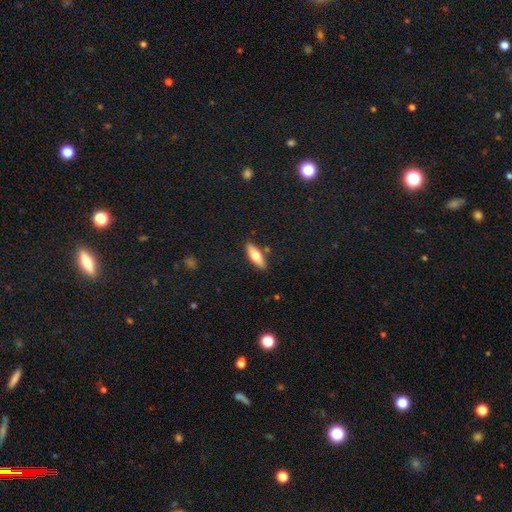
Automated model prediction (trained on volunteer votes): Smooth or featured? smooth (65%)
How rounded? in between (55%)
Merging? none (85%)